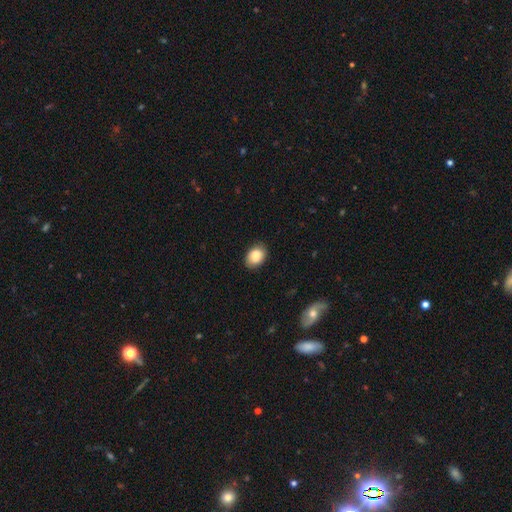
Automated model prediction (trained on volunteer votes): smooth 86%, star or artifact 7%, featured or disk 7%. Down the decision tree: how rounded — in between (77%); merging — none (84%).